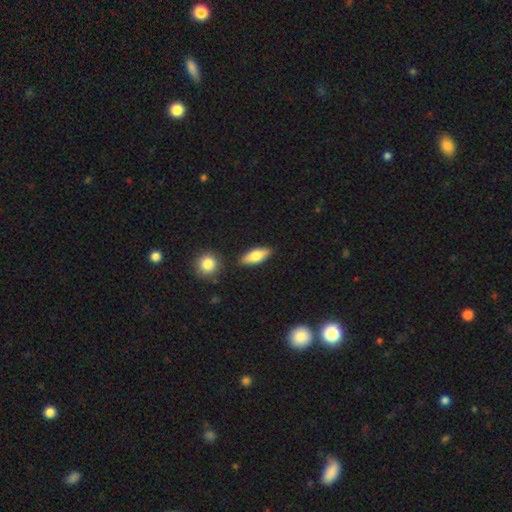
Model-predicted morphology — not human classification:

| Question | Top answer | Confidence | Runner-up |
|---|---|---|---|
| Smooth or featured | smooth | 66% | featured or disk (28%) |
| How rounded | in between | 69% | cigar-shaped (27%) |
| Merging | none | 85% | minor disturbance (9%) |